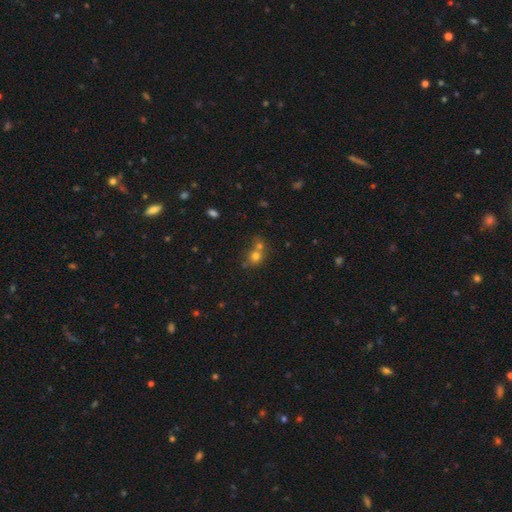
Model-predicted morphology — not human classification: smooth_or_featured: smooth (p=0.71) [alt: star or artifact p=0.16]
how_rounded: round (p=0.76) [alt: in between p=0.23]
merging: merger (p=0.52) [alt: none p=0.37]